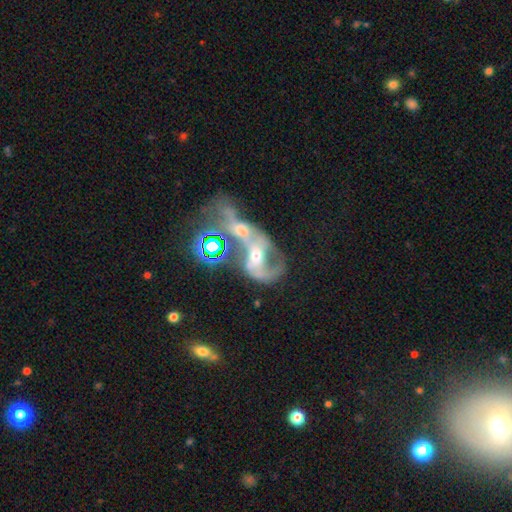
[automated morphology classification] The model was most divided on "bulge size": moderate: 54%, small: 35%, none: 5%, large: 5%, dominant: 2%. More confident: edge-on disk — no (96%); smooth or featured — featured or disk (69%); spiral arms — yes (67%); merging — merger (64%); bar — no (54%).